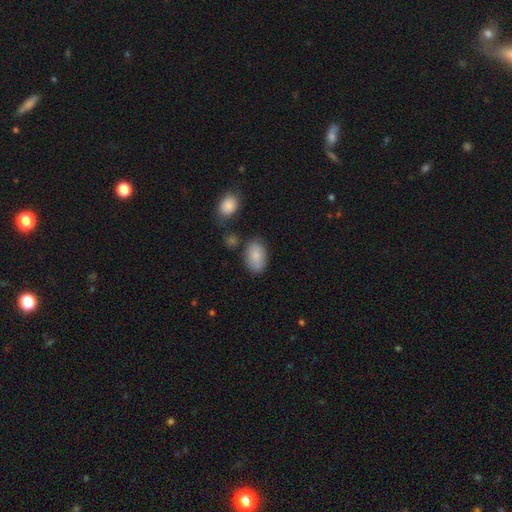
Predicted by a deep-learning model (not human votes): Morphology: type=smooth (85%); roundness=in between (91%); merging=none (74%).